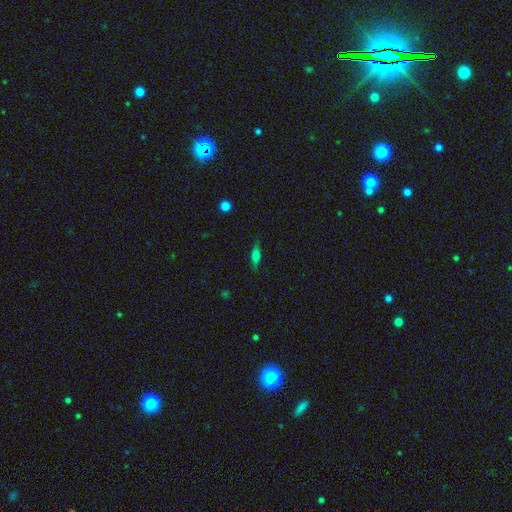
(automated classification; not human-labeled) smooth-or-featured: smooth: 65% | featured or disk: 24% | star or artifact: 11%
  how-rounded: in between: 63% | cigar-shaped: 32% | round: 5%
  merging: none: 80% | minor disturbance: 15% | major disturbance: 4% | merger: 1%